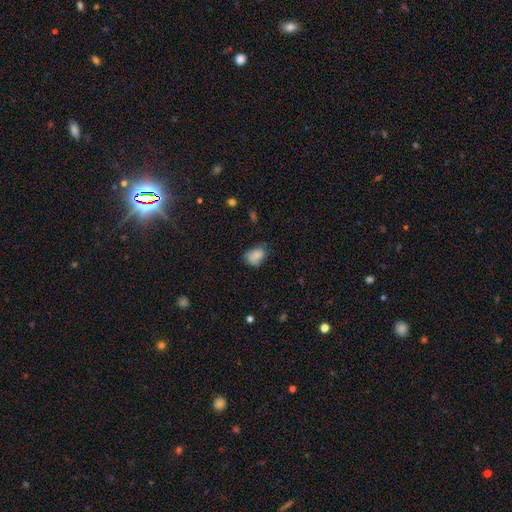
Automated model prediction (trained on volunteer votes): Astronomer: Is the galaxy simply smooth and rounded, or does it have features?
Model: smooth — 79%.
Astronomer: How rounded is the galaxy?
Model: in between — 72%.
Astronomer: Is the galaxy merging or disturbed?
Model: none — 52% (runner-up: minor disturbance, 31%).